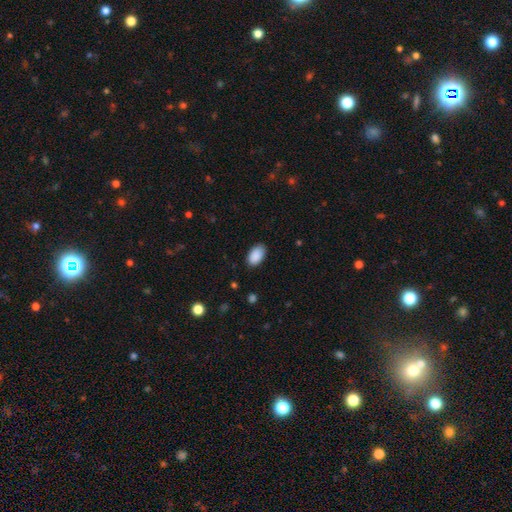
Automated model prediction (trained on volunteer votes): Overall: smooth (90%). How rounded: in between (94%). Merging: none (85%).